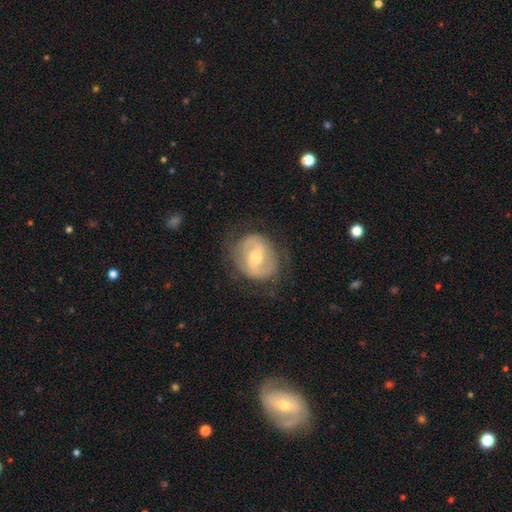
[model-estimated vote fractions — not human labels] A featured or disk galaxy (68%) with a weak bar (45%), spiral arms (67%) and a moderate central bulge (60%).

Vote fractions:
- Smooth or featured? featured or disk: 68% / smooth: 25% / star or artifact: 6%
- Edge-on disk? no: 96% / yes: 4%
- Bar? weak: 45% / no: 29% / strong: 26%
- Spiral arms? yes: 67% / no: 33%
- Bulge size? moderate: 60% / small: 34% / large: 3% / none: 1% / dominant: 1%
- Merging? none: 70% / minor disturbance: 18% / major disturbance: 10% / merger: 1%